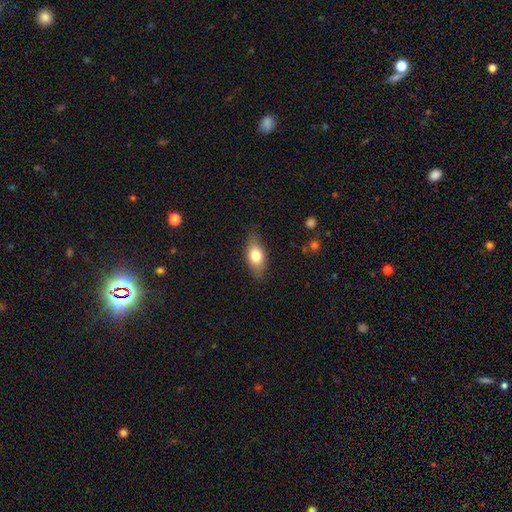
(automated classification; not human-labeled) Morphology: type=smooth (75%); roundness=in between (84%); merging=none (81%).